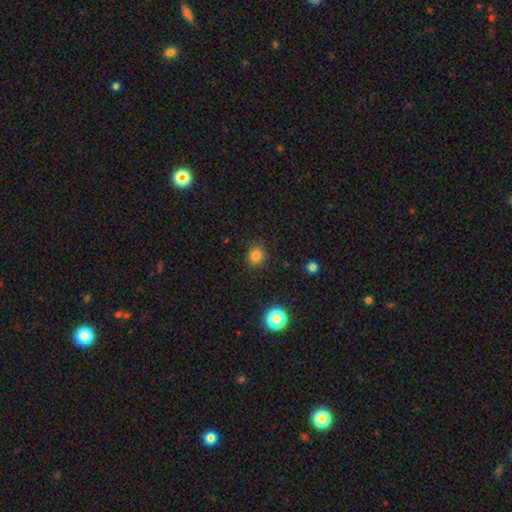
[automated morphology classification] Smooth or featured? Predicted: smooth (p=0.82). How rounded? Predicted: round (p=0.86). Merging? Predicted: none (p=0.89).